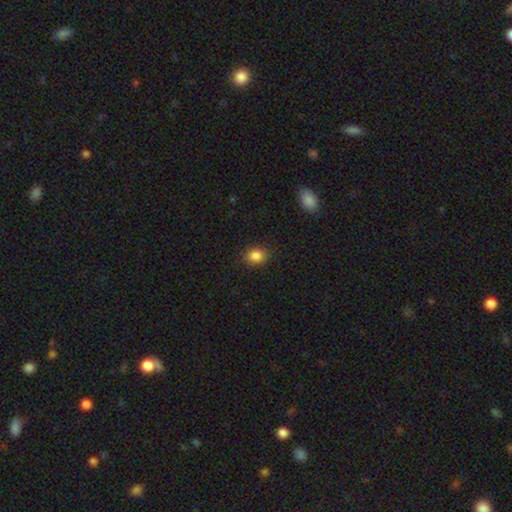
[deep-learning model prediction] Overall: smooth (85%). How rounded: round (58%; in between 41%). Merging: none (87%).